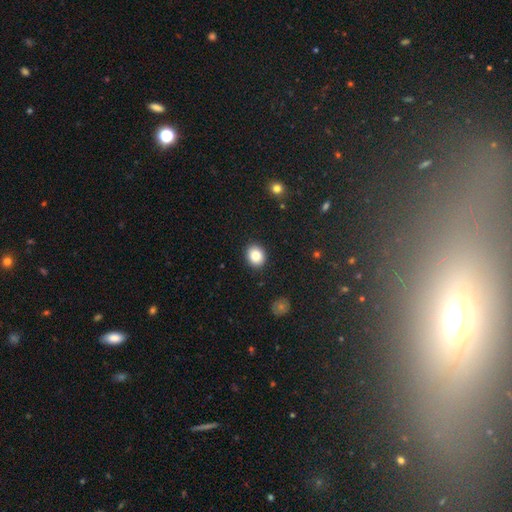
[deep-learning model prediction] Q: Smooth or featured?
A: smooth (83%); runner-up: star or artifact (9%)
Q: How rounded?
A: round (63%); runner-up: in between (37%)
Q: Merging?
A: none (91%); runner-up: minor disturbance (6%)